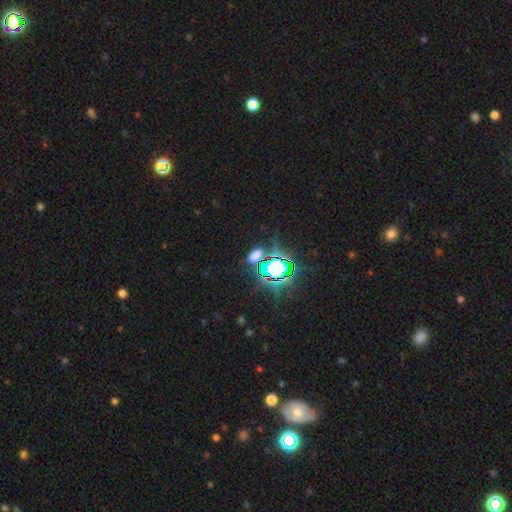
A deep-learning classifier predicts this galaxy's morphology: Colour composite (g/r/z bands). It shows a star or artifact, not a galaxy (50%).